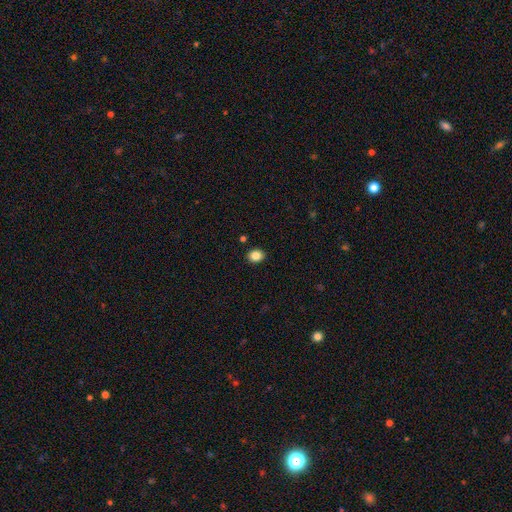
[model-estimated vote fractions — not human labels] smooth-or-featured: smooth: 86% | star or artifact: 10% | featured or disk: 5%
  how-rounded: in between: 52% | round: 47% | cigar-shaped: 1%
  merging: none: 90% | minor disturbance: 7% | major disturbance: 2% | merger: 2%